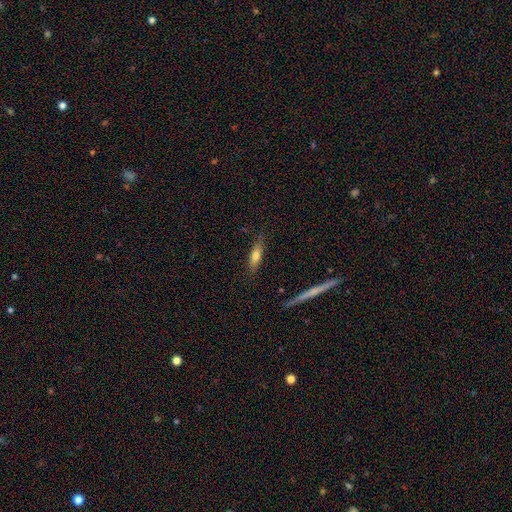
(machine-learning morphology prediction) smooth 71%, featured or disk 22%, star or artifact 7%. Down the decision tree: how rounded — cigar-shaped (56%); merging — none (80%).